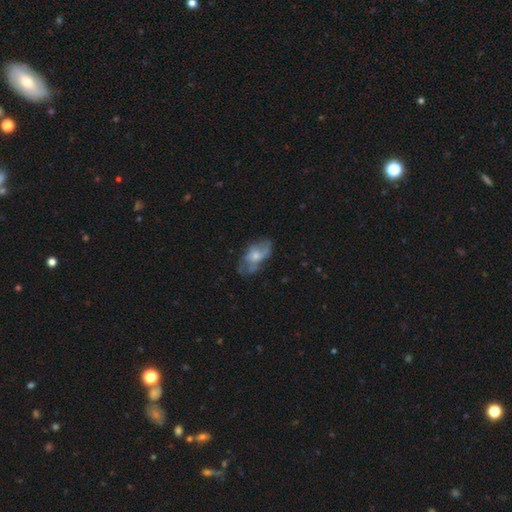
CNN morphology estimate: smooth_or_featured: featured or disk (p=0.56) [alt: smooth p=0.37]
disk_edge_on: no (p=0.93) [alt: yes p=0.07]
bar: no (p=0.76) [alt: weak p=0.20]
has_spiral_arms: yes (p=0.65) [alt: no p=0.35]
bulge_size: small (p=0.48) [alt: moderate p=0.41]
merging: none (p=0.50) [alt: minor disturbance p=0.27]